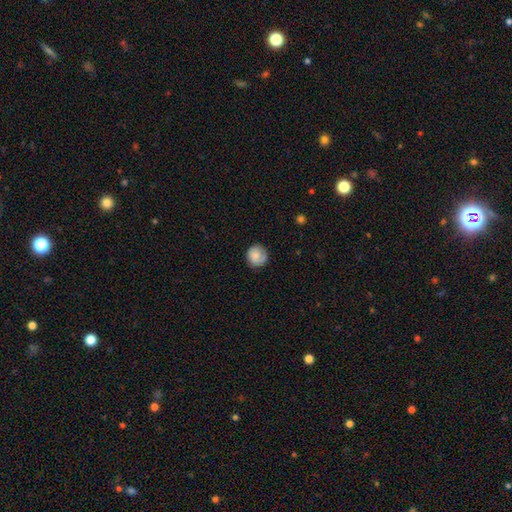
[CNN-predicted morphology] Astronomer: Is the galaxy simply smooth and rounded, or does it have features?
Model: smooth — 77%.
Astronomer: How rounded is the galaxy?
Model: round — 91%.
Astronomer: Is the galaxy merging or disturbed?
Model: none — 80%.